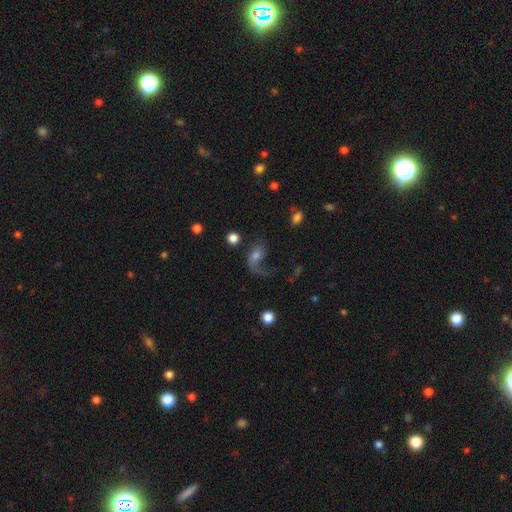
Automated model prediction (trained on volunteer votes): Q: Smooth or featured?
A: featured or disk (53%); runner-up: smooth (35%)
Q: Edge-on disk?
A: no (95%); runner-up: yes (5%)
Q: Bar?
A: no (67%); runner-up: weak (27%)
Q: Spiral arms?
A: yes (82%); runner-up: no (18%)
Q: Bulge size?
A: moderate (44%); runner-up: small (34%)
Q: Merging?
A: major disturbance (48%); runner-up: none (32%)